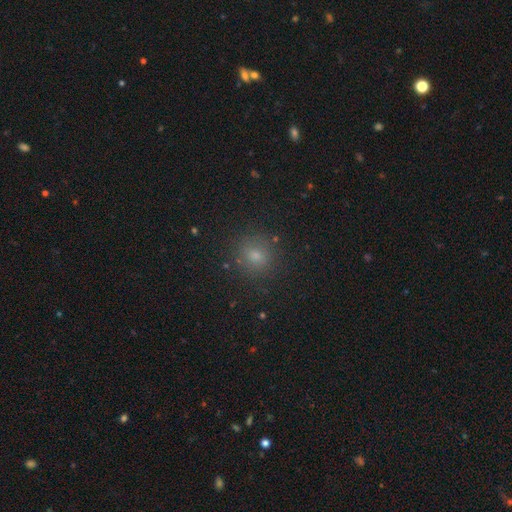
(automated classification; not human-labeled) Q: Smooth or featured?
A: smooth (74%); runner-up: star or artifact (18%)
Q: How rounded?
A: round (83%); runner-up: in between (16%)
Q: Merging?
A: none (85%); runner-up: minor disturbance (10%)